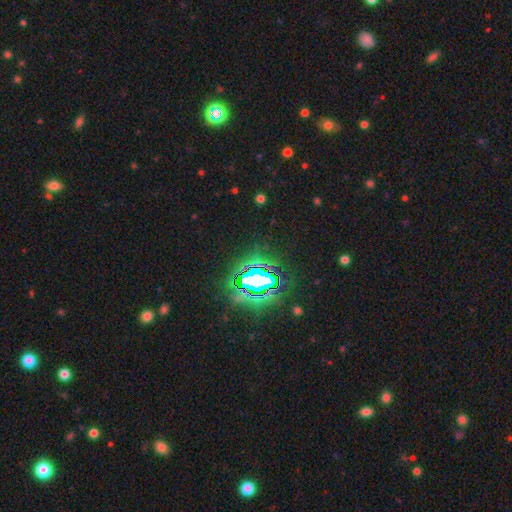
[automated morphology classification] type=star or artifact (85%).